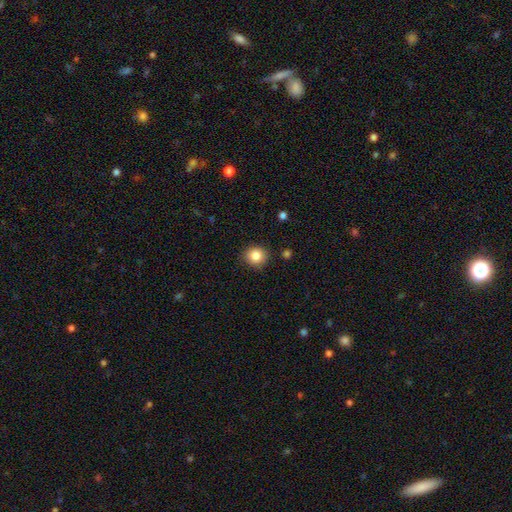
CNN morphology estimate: Smooth or featured?
  - smooth: 85% *
  - star or artifact: 10%
  - featured or disk: 6%
How rounded?
  - round: 85% *
  - in between: 14%
  - cigar-shaped: 1%
Merging?
  - none: 88% *
  - minor disturbance: 9%
  - major disturbance: 2%
  - merger: 2%